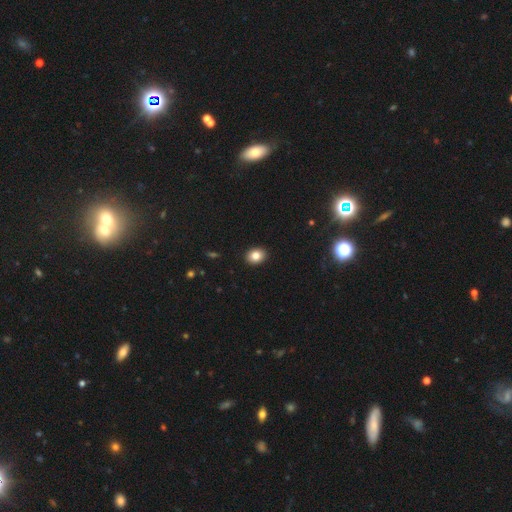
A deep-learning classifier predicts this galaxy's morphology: The model was most divided on "how rounded": in between: 57%, round: 42%, cigar-shaped: 1%. More confident: merging — none (91%); smooth or featured — smooth (84%).